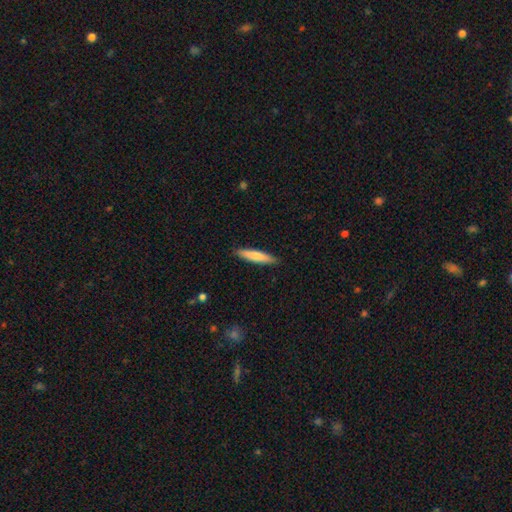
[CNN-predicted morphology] type=smooth (77%); roundness=cigar-shaped (87%); merging=none (89%).